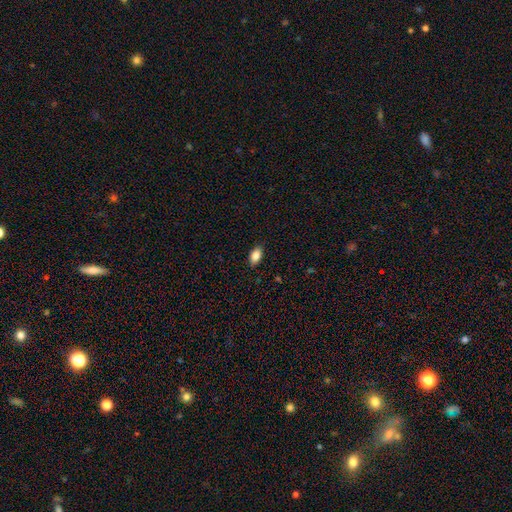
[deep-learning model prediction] Smooth or featured? Predicted: smooth (p=0.86). How rounded? Predicted: in between (p=0.90). Merging? Predicted: none (p=0.88).